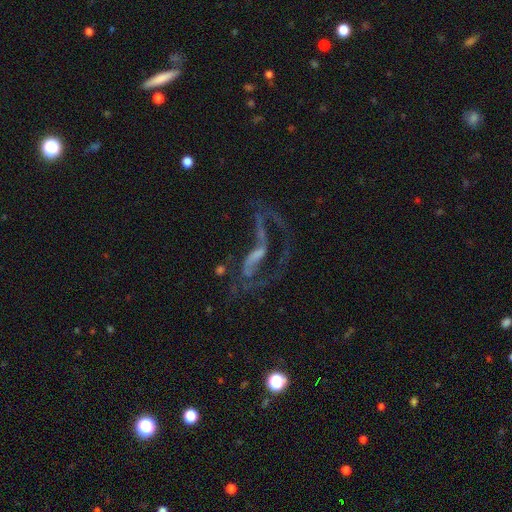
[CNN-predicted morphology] smooth_or_featured: featured or disk (p=0.76) [alt: star or artifact p=0.14]
disk_edge_on: no (p=0.92) [alt: yes p=0.08]
bar: weak (p=0.36) [alt: no p=0.34]
has_spiral_arms: yes (p=0.77) [alt: no p=0.23]
spiral_winding: loose (p=0.57) [alt: medium p=0.33]
spiral_arm_count: 2 (p=0.57) [alt: 1 p=0.19]
bulge_size: none (p=0.39) [alt: small p=0.35]
merging: major disturbance (p=0.42) [alt: none p=0.37]